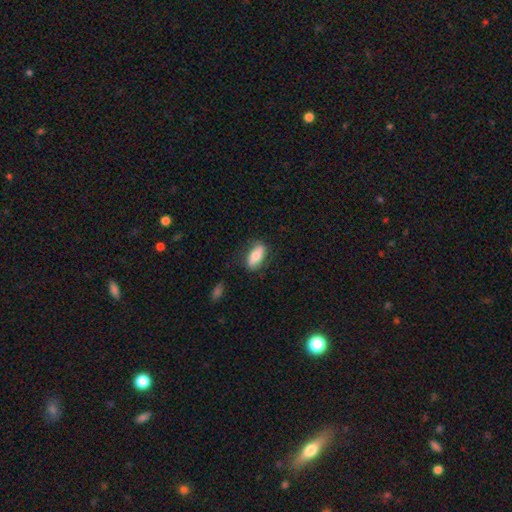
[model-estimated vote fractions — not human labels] Smooth or featured: smooth — 76% (featured or disk — 18%)
How rounded: in between — 85% (cigar-shaped — 11%)
Merging: none — 77% (minor disturbance — 17%)